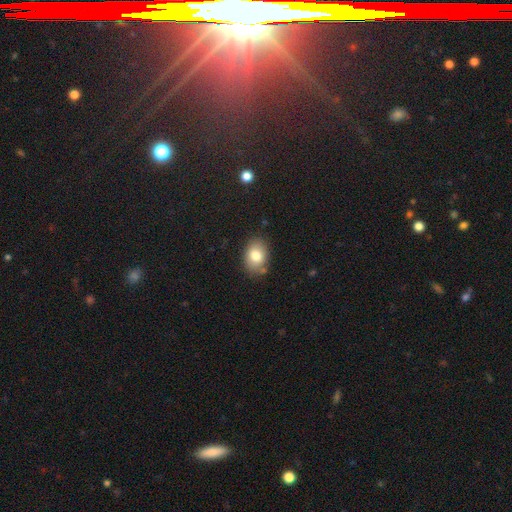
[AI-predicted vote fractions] Morphology: type=smooth (80%); roundness=in between (76%); merging=none (78%).